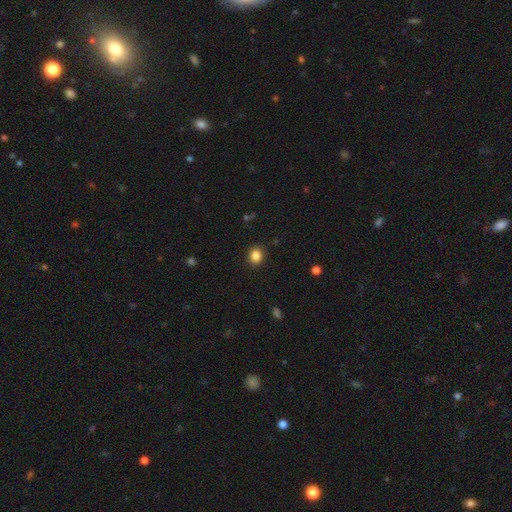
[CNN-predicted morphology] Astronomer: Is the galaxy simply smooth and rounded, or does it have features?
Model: smooth — 86%.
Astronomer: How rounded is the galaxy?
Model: round — 63%.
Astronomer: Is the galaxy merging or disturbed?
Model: none — 89%.